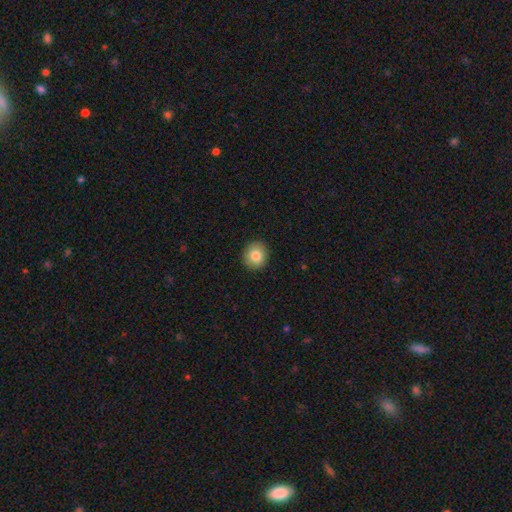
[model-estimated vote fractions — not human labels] Q: Smooth or featured?
A: smooth (83%); runner-up: star or artifact (9%)
Q: How rounded?
A: round (83%); runner-up: in between (16%)
Q: Merging?
A: none (90%); runner-up: minor disturbance (7%)